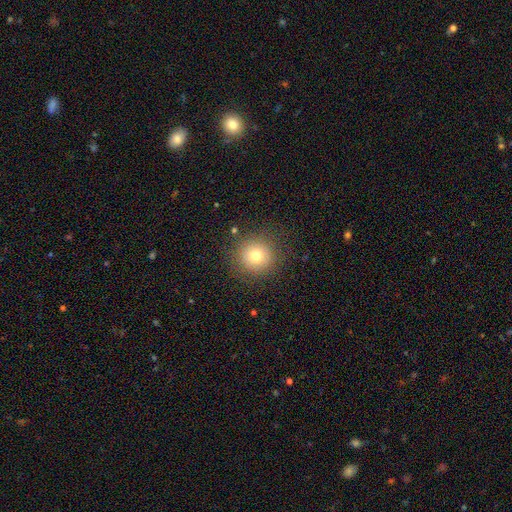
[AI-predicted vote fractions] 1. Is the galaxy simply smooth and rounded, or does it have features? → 75% smooth, 13% star or artifact, 12% featured or disk.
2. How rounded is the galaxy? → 94% round, 5% in between, 1% cigar-shaped.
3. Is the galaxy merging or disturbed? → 87% none, 8% minor disturbance, 4% major disturbance, 1% merger.